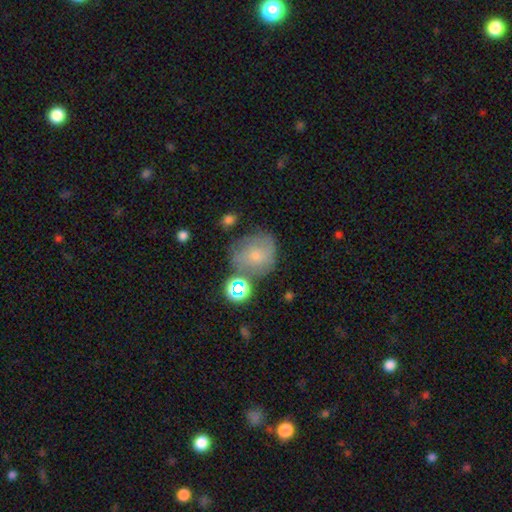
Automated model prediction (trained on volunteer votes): smooth-or-featured: smooth: 64% | featured or disk: 23% | star or artifact: 13%
  how-rounded: round: 74% | in between: 25% | cigar-shaped: 1%
  merging: none: 49% | minor disturbance: 25% | major disturbance: 13% | merger: 13%